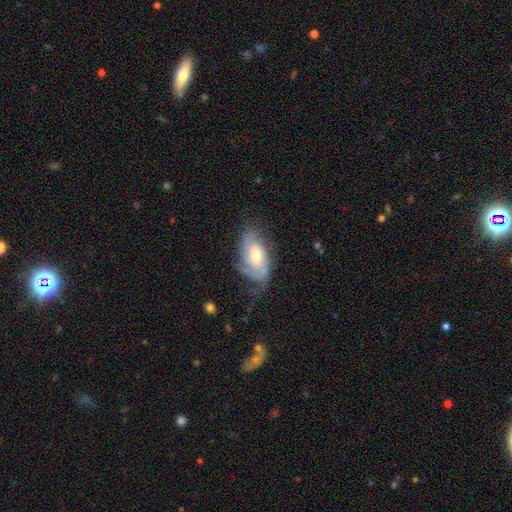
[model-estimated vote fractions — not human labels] Morphology: type=featured or disk (75%); edge-on=no (95%); bar=no (59%); spiral arms=yes (92%); winding=tight (47%); arm count=2 (34%); bulge=moderate (62%); merging=none (54%).